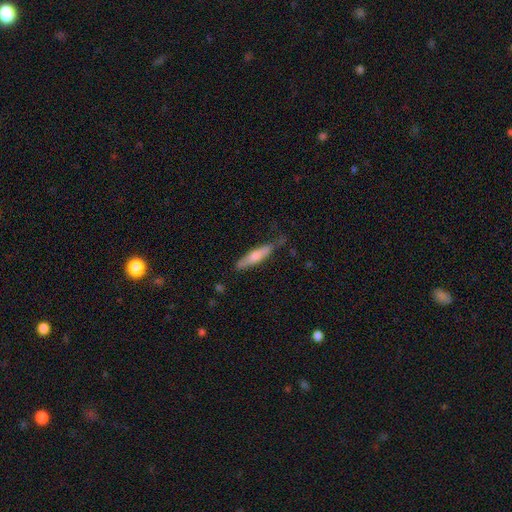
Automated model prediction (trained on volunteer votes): Smooth or featured: smooth — 56% (featured or disk — 38%)
How rounded: cigar-shaped — 85% (in between — 14%)
Merging: none — 71% (minor disturbance — 22%)